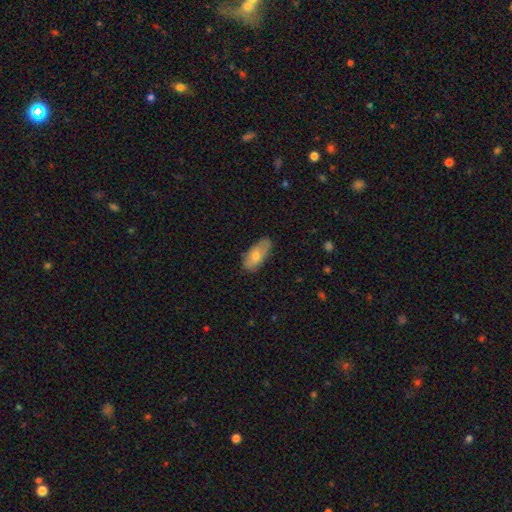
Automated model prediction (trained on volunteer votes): This appears to be a smooth galaxy with no disk features (70%) that is in between round and cigar-shaped (83%). Merging: none (74%).